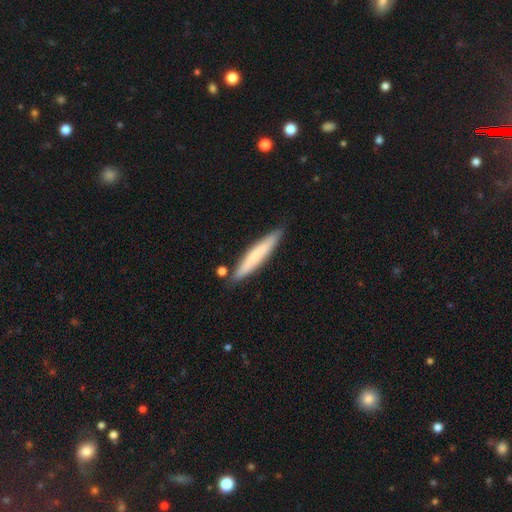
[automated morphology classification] Smooth or featured: smooth — 69% (featured or disk — 25%)
How rounded: cigar-shaped — 93% (in between — 6%)
Merging: none — 84% (minor disturbance — 11%)